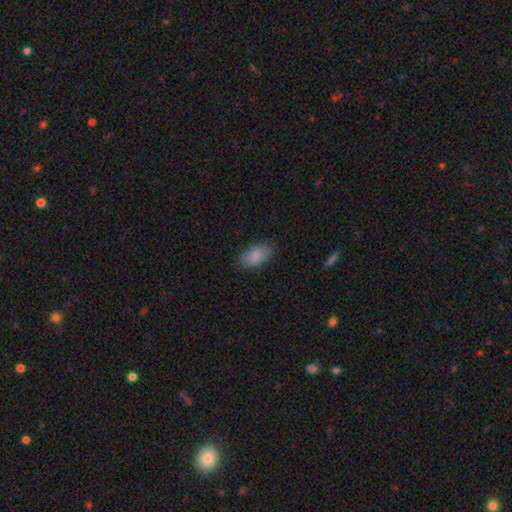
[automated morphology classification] The model was most divided on "merging": none: 83%, minor disturbance: 13%, major disturbance: 3%, merger: 1%. More confident: how rounded — in between (93%); smooth or featured — smooth (87%).